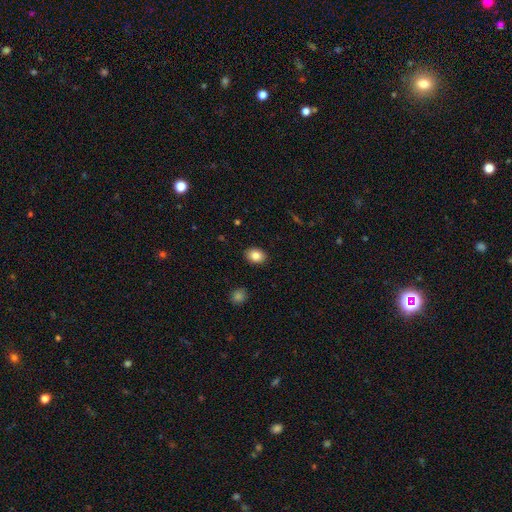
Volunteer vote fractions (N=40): This is clearly a smooth galaxy (95%). How rounded: clearly in between (84%). Merging: clearly none (97%).